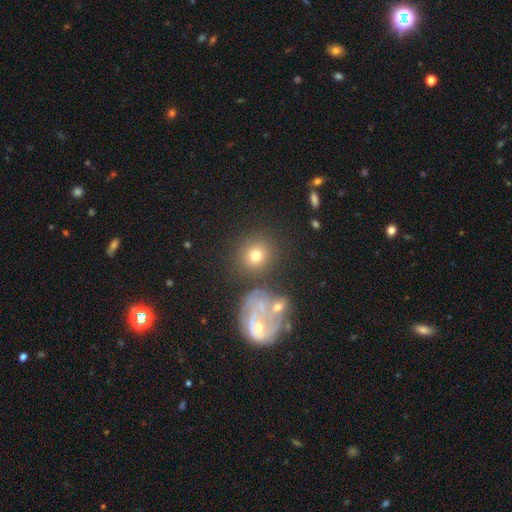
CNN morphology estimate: A smooth galaxy with no disk features (68%) that is round (86%).

Vote fractions:
- Smooth or featured? smooth: 68% / featured or disk: 20% / star or artifact: 13%
- How rounded? round: 86% / in between: 13% / cigar-shaped: 1%
- Merging? none: 73% / minor disturbance: 10% / merger: 10% / major disturbance: 7%